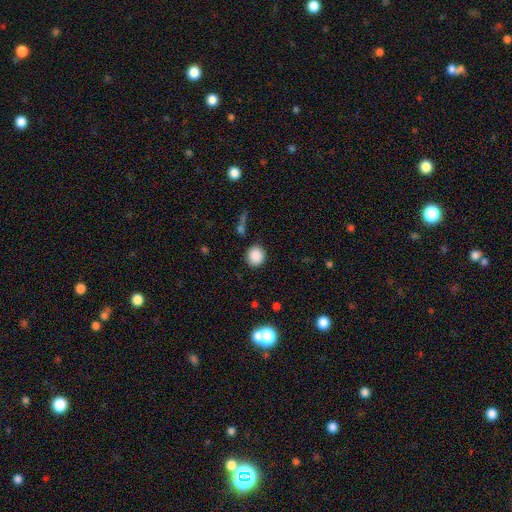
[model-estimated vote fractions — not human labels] The model was most divided on "how rounded": round: 86%, in between: 13%, cigar-shaped: 1%. More confident: smooth or featured — smooth (87%); merging — none (87%).